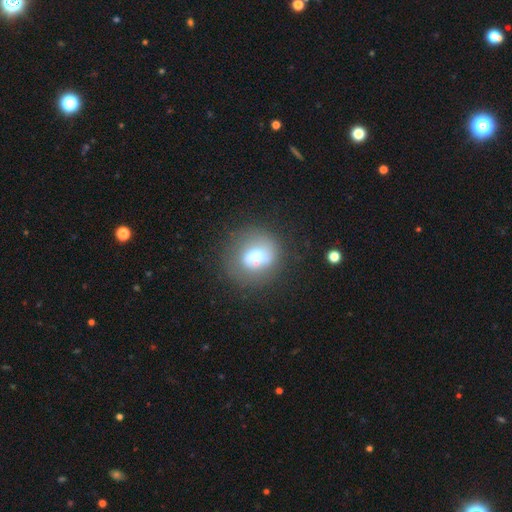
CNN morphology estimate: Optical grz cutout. It shows a smooth galaxy with no disk features (59%) that is round (70%). Merging: none (53%).